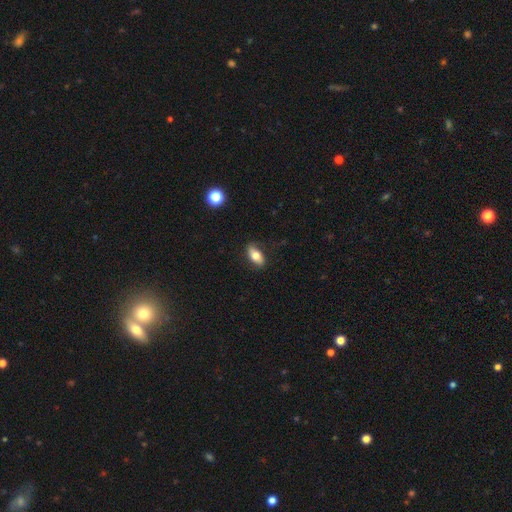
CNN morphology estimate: This appears to be a smooth galaxy with no disk features (72%) that is in between round and cigar-shaped (86%). Merging: none (80%).